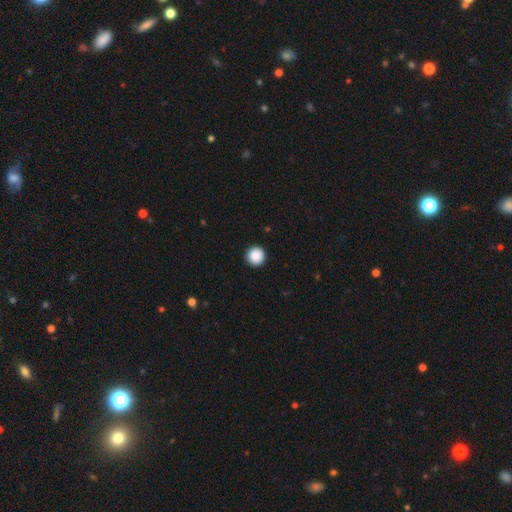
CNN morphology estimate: Smooth or featured? Predicted: smooth (p=0.89). How rounded? Predicted: round (p=0.96). Merging? Predicted: none (p=0.93).